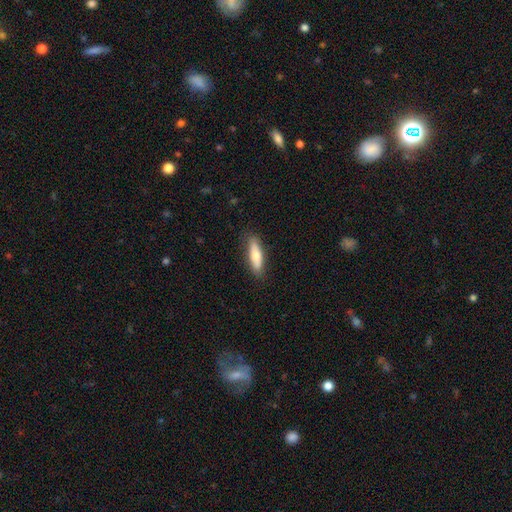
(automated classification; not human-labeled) Q: Smooth or featured?
A: smooth (67%); runner-up: featured or disk (28%)
Q: How rounded?
A: cigar-shaped (66%); runner-up: in between (32%)
Q: Merging?
A: none (85%); runner-up: minor disturbance (11%)